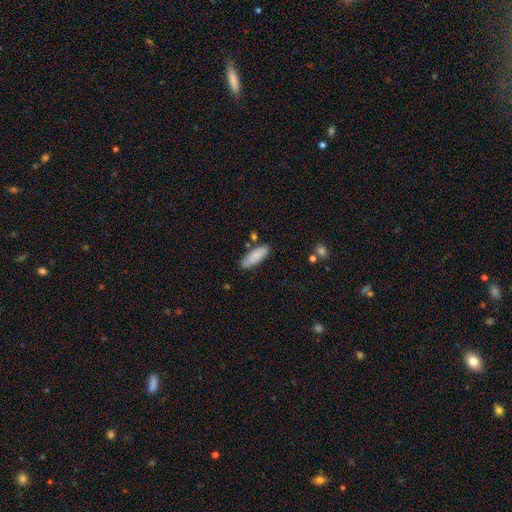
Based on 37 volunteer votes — smooth 92%, featured or disk 5%, star or artifact 3%. Down the decision tree: how rounded — in between (50%); merging — none (83%).